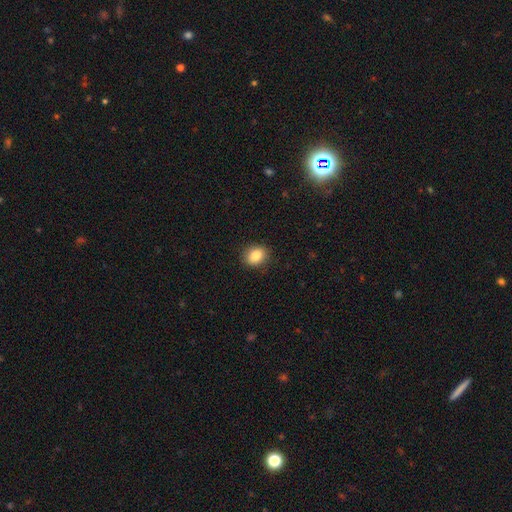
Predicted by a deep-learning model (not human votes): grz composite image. It shows a smooth galaxy with no disk features (86%) that is in between round and cigar-shaped (54%). Merging: none (88%).